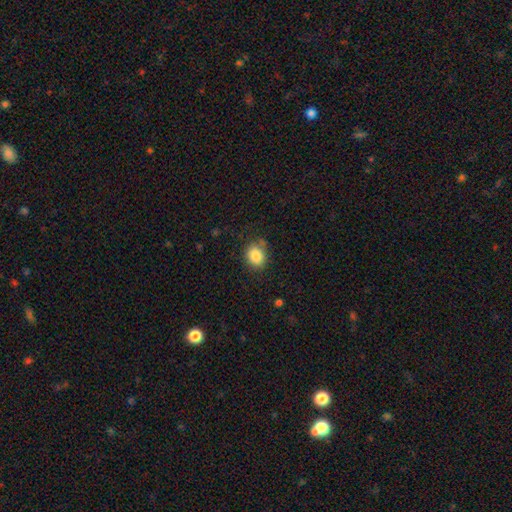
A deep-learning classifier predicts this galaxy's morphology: type=smooth (86%); roundness=round (54%); merging=none (76%).